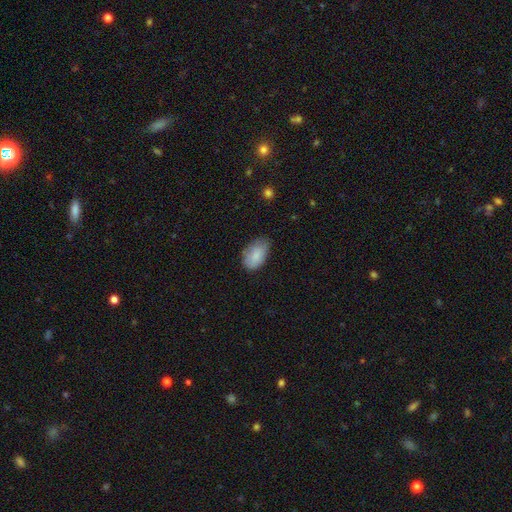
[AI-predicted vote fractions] This appears to be a smooth galaxy with no disk features (84%) that is in between round and cigar-shaped (93%). Merging: none (58%).